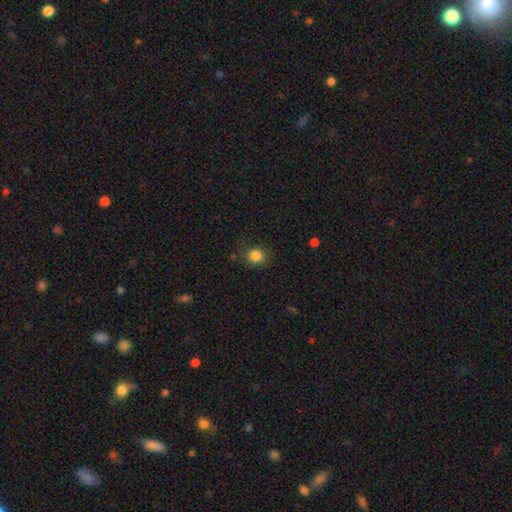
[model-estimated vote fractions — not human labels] Smooth or featured? smooth (85%)
How rounded? round (79%)
Merging? none (75%)